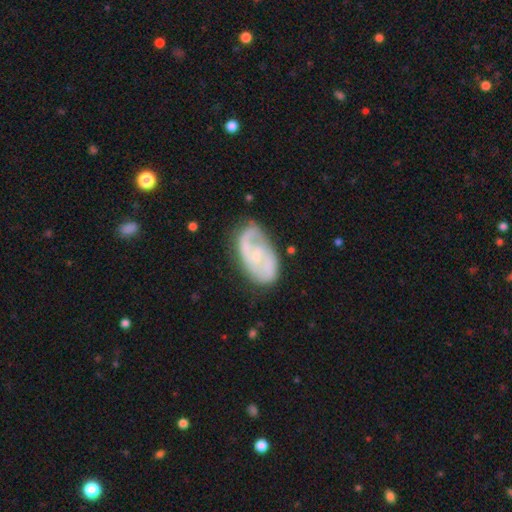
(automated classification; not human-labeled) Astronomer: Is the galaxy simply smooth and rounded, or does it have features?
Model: featured or disk — 74%.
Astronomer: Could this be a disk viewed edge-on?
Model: no — 96%.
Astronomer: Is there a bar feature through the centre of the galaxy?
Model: no — 56% (runner-up: weak, 36%).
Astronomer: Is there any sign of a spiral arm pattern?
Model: yes — 86%.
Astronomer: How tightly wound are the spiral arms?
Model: medium — 43% (runner-up: tight, 35%).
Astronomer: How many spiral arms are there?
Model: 2 — 61%.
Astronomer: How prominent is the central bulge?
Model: small — 68%.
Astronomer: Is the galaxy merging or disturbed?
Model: none — 65%.